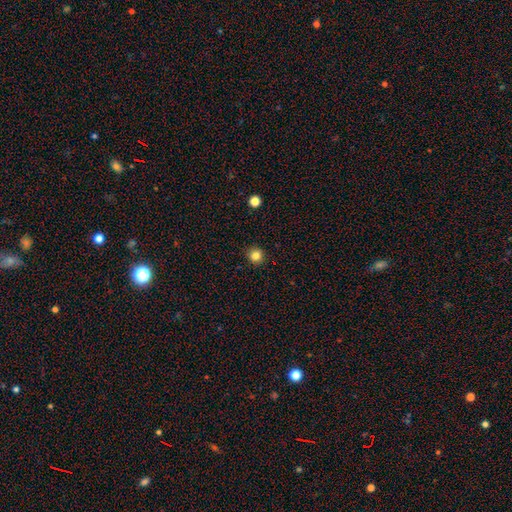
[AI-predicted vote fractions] smooth 83%, star or artifact 12%, featured or disk 5%. Down the decision tree: how rounded — round (91%); merging — none (91%).